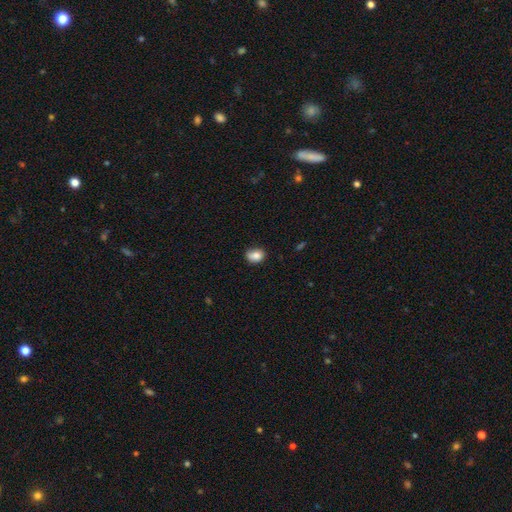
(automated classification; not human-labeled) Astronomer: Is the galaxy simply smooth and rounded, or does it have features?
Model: smooth — 84%.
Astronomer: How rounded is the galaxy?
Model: in between — 63%.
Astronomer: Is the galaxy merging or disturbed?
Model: none — 63%.